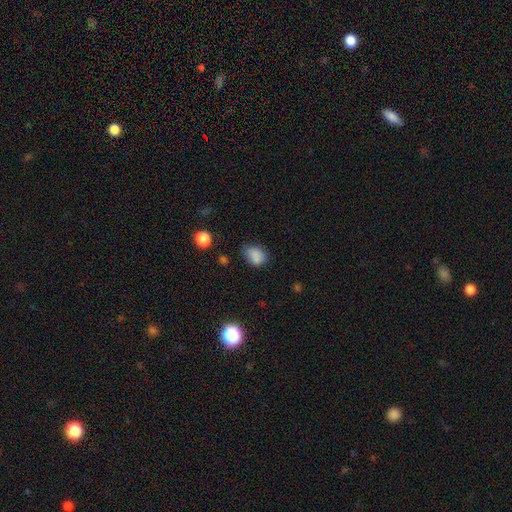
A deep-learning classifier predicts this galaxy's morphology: smooth 82%, star or artifact 12%, featured or disk 6%. Down the decision tree: how rounded — in between (67%); merging — none (56%).